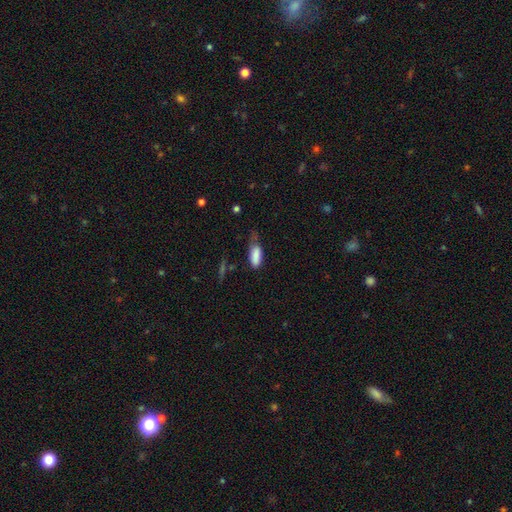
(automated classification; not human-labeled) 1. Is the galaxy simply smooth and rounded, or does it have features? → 83% smooth, 10% featured or disk, 7% star or artifact.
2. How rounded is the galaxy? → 80% in between, 18% cigar-shaped, 2% round.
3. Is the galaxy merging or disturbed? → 40% minor disturbance, 33% none, 23% major disturbance, 4% merger.